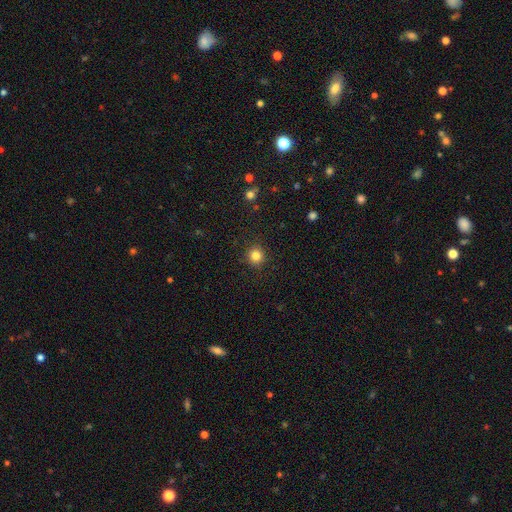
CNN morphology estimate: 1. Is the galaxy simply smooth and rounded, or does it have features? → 83% smooth, 12% star or artifact, 5% featured or disk.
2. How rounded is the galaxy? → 92% round, 7% in between, 1% cigar-shaped.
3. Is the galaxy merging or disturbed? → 91% none, 6% minor disturbance, 2% major disturbance, 1% merger.